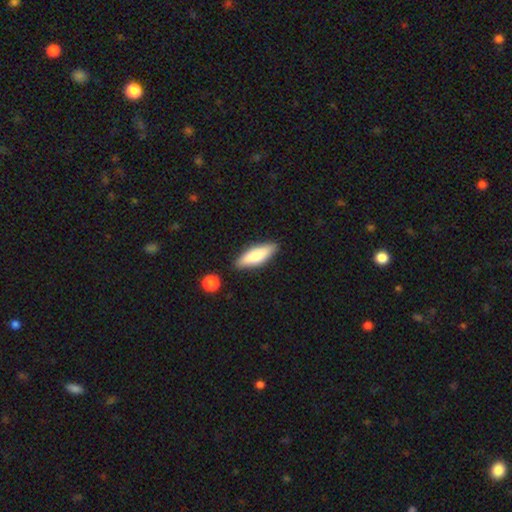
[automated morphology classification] Smooth or featured? Predicted: smooth (p=0.79). How rounded? Predicted: in between (p=0.51). Merging? Predicted: none (p=0.85).